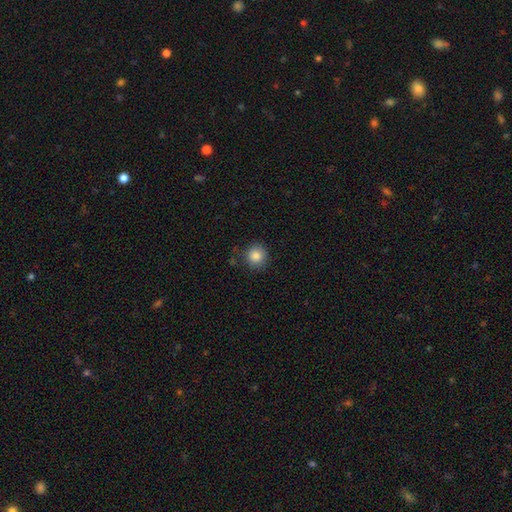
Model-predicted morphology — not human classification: A smooth galaxy with no disk features (86%) that is round (92%).

Vote fractions:
- Smooth or featured? smooth: 86% / star or artifact: 10% / featured or disk: 5%
- How rounded? round: 92% / in between: 8% / cigar-shaped: 1%
- Merging? none: 86% / minor disturbance: 9% / major disturbance: 3% / merger: 2%